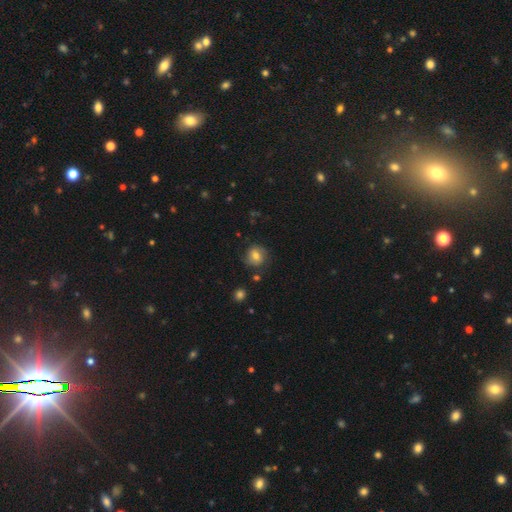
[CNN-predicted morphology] The model was most divided on "smooth or featured": smooth: 61%, featured or disk: 28%, star or artifact: 11%. More confident: how rounded — round (82%); merging — none (75%).